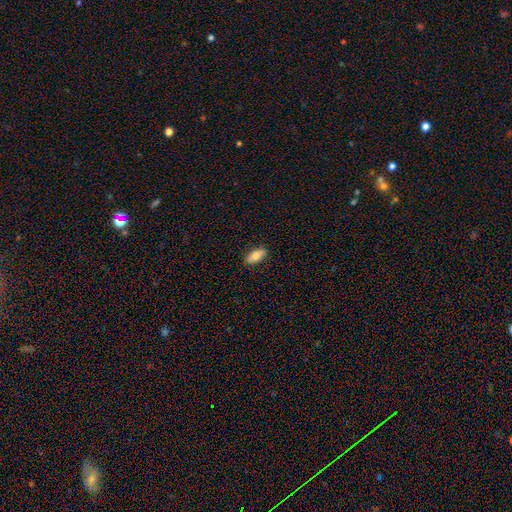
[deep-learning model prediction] A smooth galaxy with no disk features (80%) that is in between round and cigar-shaped (85%). Merging: none (88%).